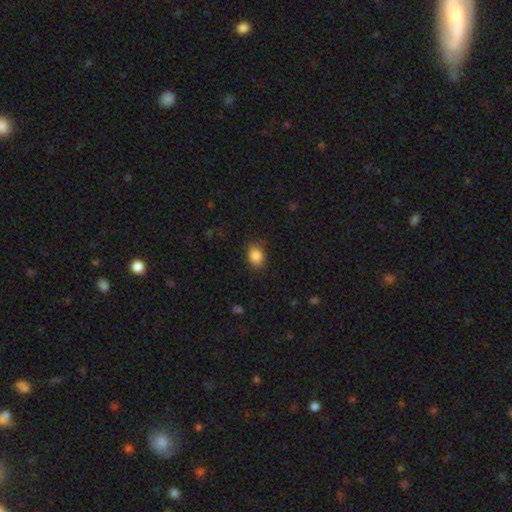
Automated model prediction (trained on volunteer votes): Smooth or featured: smooth — 87% (star or artifact — 9%)
How rounded: in between — 72% (round — 27%)
Merging: none — 84% (minor disturbance — 12%)